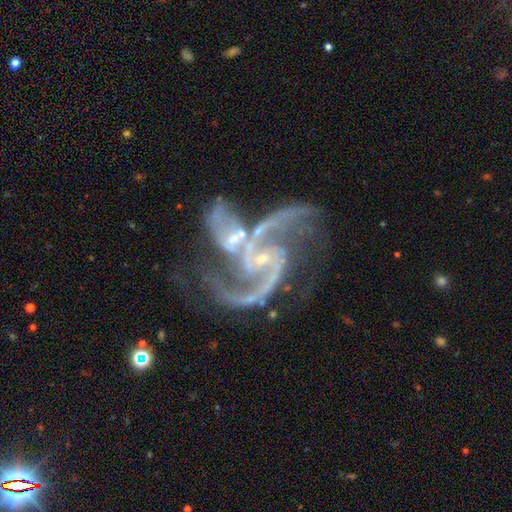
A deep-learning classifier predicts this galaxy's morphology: Smooth or featured? Predicted: featured or disk (p=0.92). Edge-on disk? Predicted: no (p=0.98). Bar? Predicted: no (p=0.40). Spiral arms? Predicted: yes (p=0.97). Spiral winding? Predicted: medium (p=0.46). Spiral arm count? Predicted: 2 (p=0.84). Bulge size? Predicted: small (p=0.75). Merging? Predicted: merger (p=0.52).